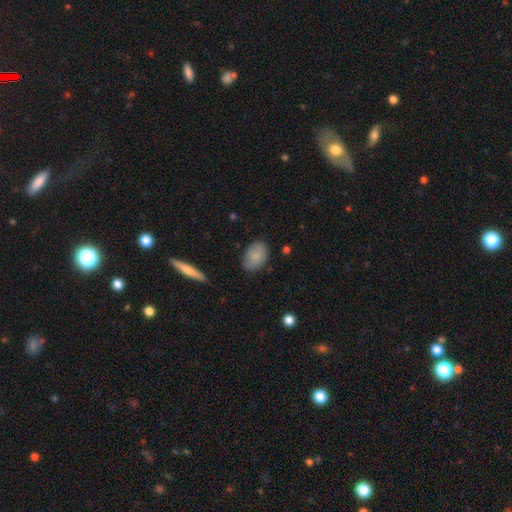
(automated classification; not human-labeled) Smooth or featured? Predicted: smooth (p=0.85). How rounded? Predicted: in between (p=0.85). Merging? Predicted: none (p=0.80).